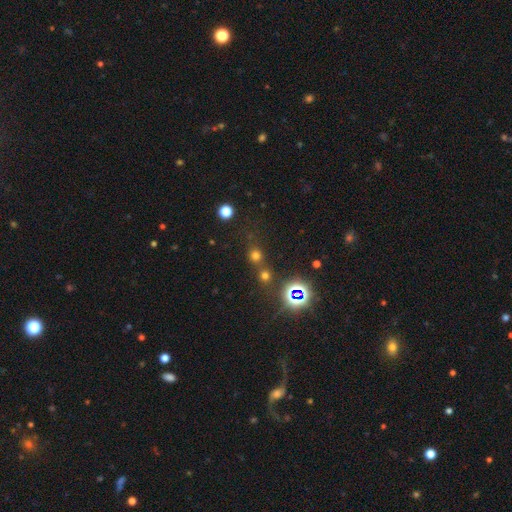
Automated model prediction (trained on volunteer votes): This appears to be a smooth galaxy with no disk features (51%) that is round (86%). Merging: none (62%).